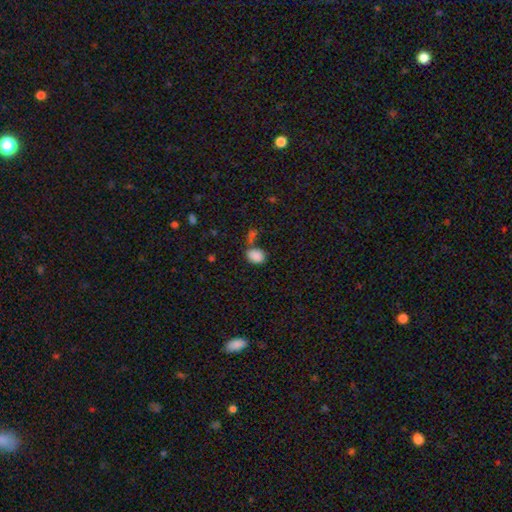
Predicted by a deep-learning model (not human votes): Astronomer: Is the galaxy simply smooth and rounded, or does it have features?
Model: smooth — 86%.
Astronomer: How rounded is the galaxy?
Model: in between — 70%.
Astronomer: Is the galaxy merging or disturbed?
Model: none — 58%.